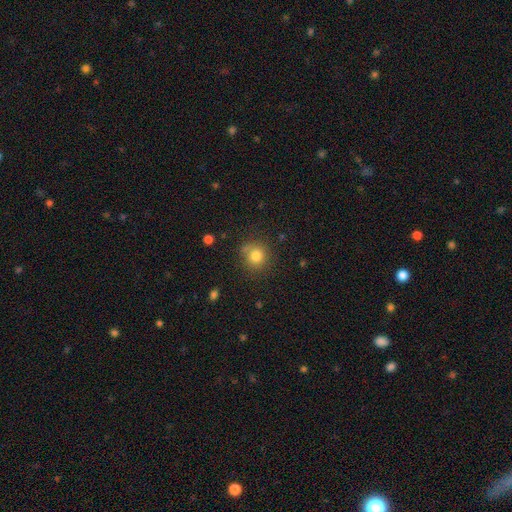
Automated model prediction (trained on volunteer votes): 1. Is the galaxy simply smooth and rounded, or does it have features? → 81% smooth, 12% star or artifact, 7% featured or disk.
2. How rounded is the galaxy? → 89% round, 10% in between, 1% cigar-shaped.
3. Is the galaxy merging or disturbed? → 76% none, 14% minor disturbance, 6% merger, 5% major disturbance.